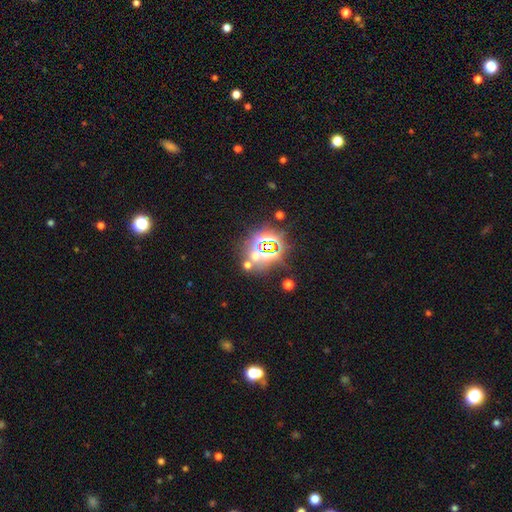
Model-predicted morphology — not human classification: A star or artifact, not a galaxy (66%).

Vote fractions:
- Smooth or featured? star or artifact: 66% / smooth: 23% / featured or disk: 10%